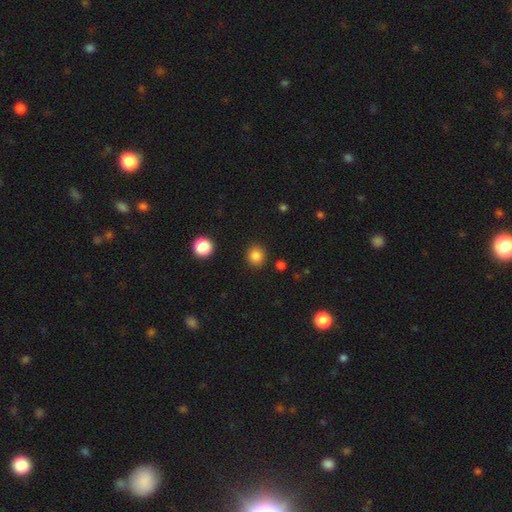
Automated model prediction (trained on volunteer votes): A smooth galaxy with no disk features (85%) that is round (89%). Merging: none (90%).